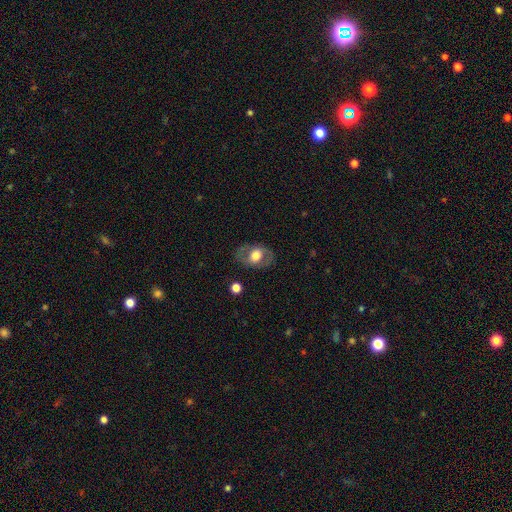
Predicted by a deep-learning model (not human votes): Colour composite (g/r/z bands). It shows a smooth galaxy with no disk features (46%, tied with featured or disk). Merging: none (77%).